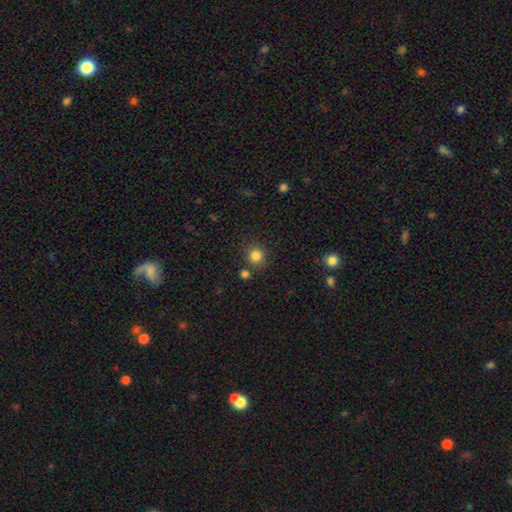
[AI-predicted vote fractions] Q: Smooth or featured?
A: smooth (84%); runner-up: star or artifact (12%)
Q: How rounded?
A: round (91%); runner-up: in between (8%)
Q: Merging?
A: none (81%); runner-up: minor disturbance (8%)